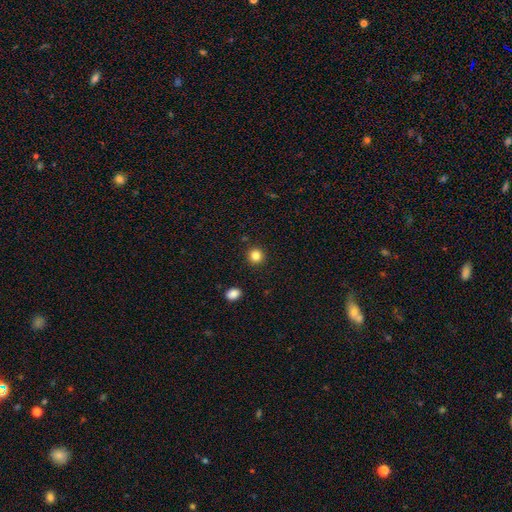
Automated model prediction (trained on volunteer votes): Smooth or featured? smooth (84%)
How rounded? round (93%)
Merging? none (92%)